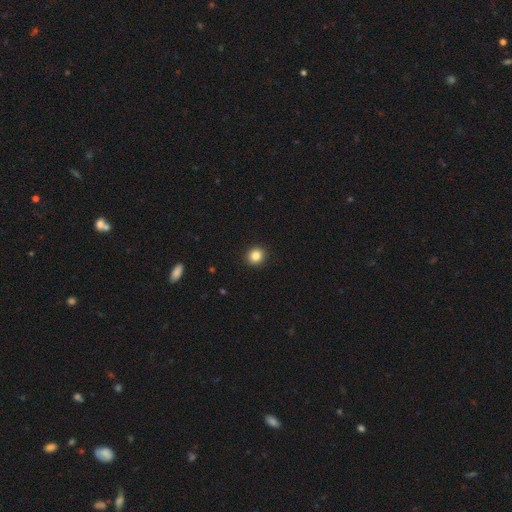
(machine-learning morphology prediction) Smooth or featured: smooth — 86% (star or artifact — 10%)
How rounded: round — 88% (in between — 11%)
Merging: none — 93% (minor disturbance — 5%)